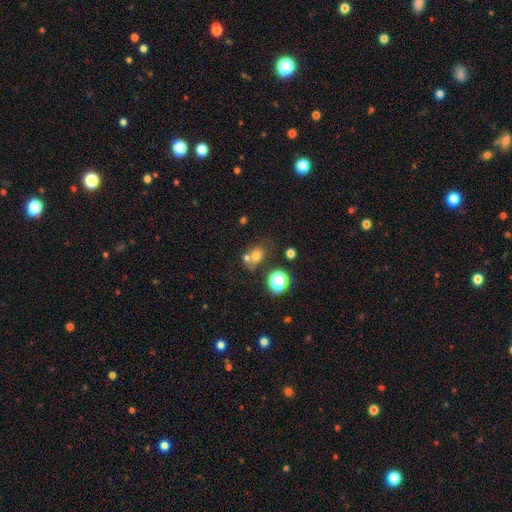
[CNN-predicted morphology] Overall: smooth (66%). How rounded: round (52%; in between 47%). Merging: none (46%; merger 35%).